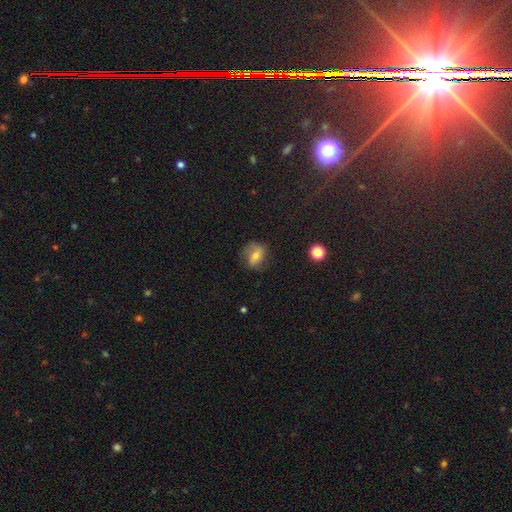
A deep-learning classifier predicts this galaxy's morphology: Smooth or featured? Predicted: smooth (p=0.52). How rounded? Predicted: in between (p=0.62). Merging? Predicted: none (p=0.65).